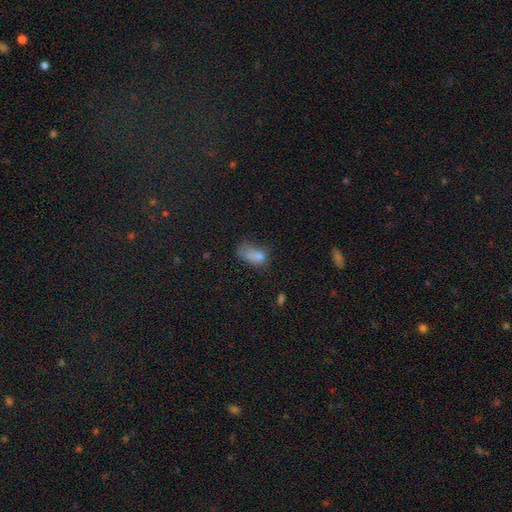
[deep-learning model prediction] This is likely a smooth galaxy (73%). How rounded: clearly in between (87%). Merging: marginally major disturbance (38%).